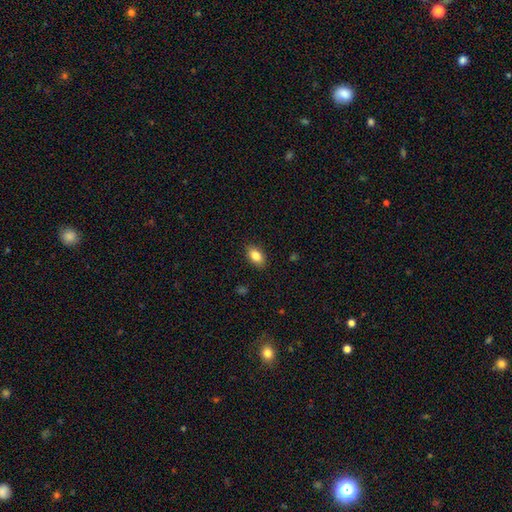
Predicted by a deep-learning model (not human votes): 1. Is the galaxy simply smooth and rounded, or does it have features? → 84% smooth, 8% star or artifact, 8% featured or disk.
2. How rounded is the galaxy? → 89% in between, 8% round, 3% cigar-shaped.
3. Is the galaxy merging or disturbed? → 87% none, 10% minor disturbance, 2% major disturbance, 1% merger.